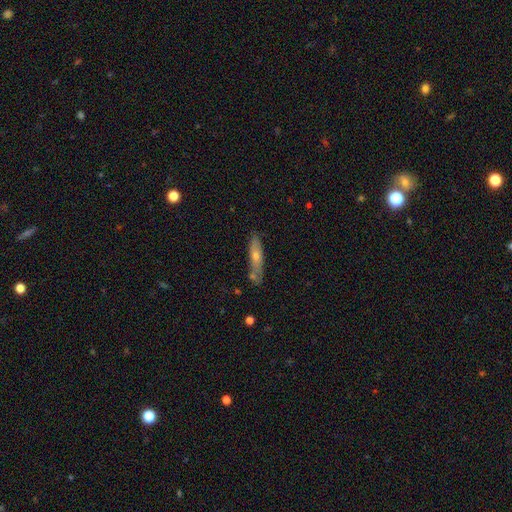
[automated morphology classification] Q: Smooth or featured?
A: featured or disk (47%); runner-up: smooth (46%)
Q: Merging?
A: none (74%); runner-up: minor disturbance (16%)